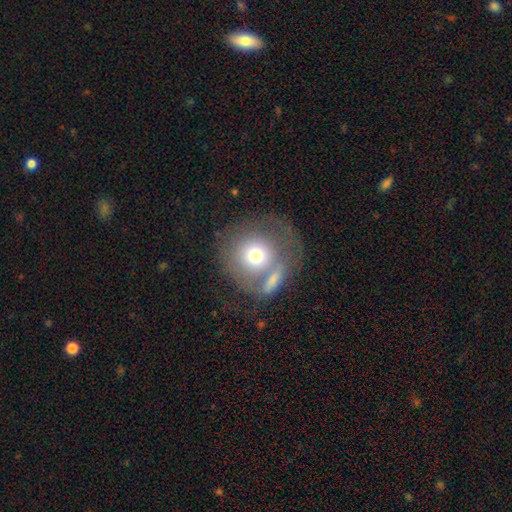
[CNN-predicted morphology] Q: Smooth or featured?
A: smooth (59%); runner-up: featured or disk (32%)
Q: How rounded?
A: round (89%); runner-up: in between (10%)
Q: Merging?
A: none (42%); runner-up: merger (32%)